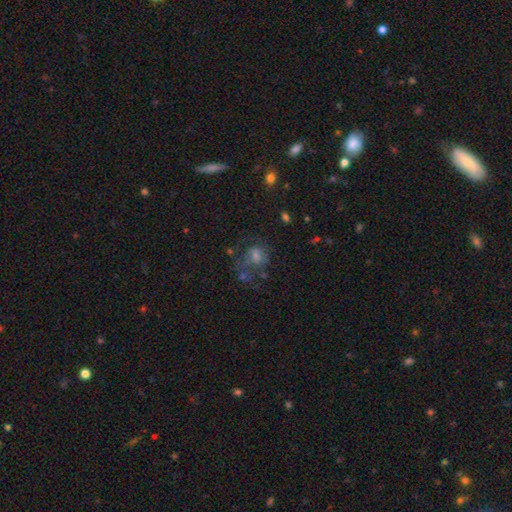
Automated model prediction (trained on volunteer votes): Smooth or featured? featured or disk (38%)
Merging? none (45%)